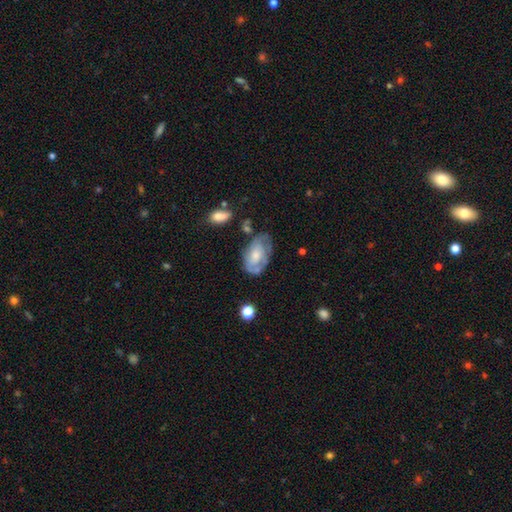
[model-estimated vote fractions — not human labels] Smooth or featured: featured or disk — 56% (smooth — 37%)
Edge-on disk: no — 95% (yes — 5%)
Bar: no — 75% (weak — 21%)
Spiral arms: yes — 60% (no — 40%)
Bulge size: moderate — 48% (small — 32%)
Merging: none — 53% (minor disturbance — 28%)